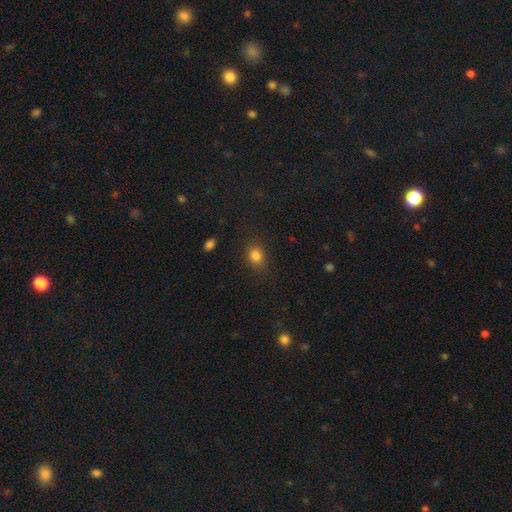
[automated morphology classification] type=smooth (83%); roundness=round (56%); merging=none (82%).